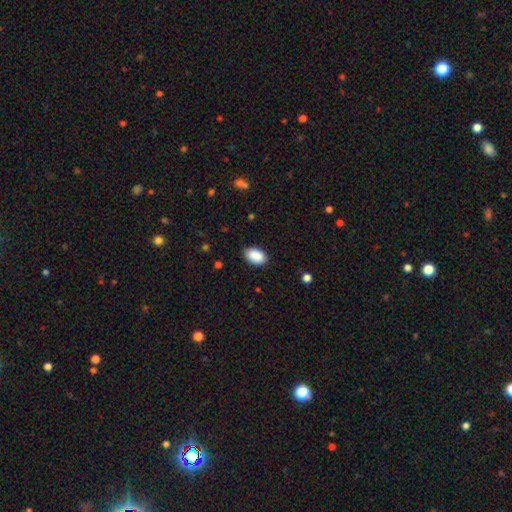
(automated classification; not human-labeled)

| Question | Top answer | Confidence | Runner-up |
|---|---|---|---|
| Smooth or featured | smooth | 90% | star or artifact (7%) |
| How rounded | in between | 92% | round (7%) |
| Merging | none | 86% | minor disturbance (11%) |